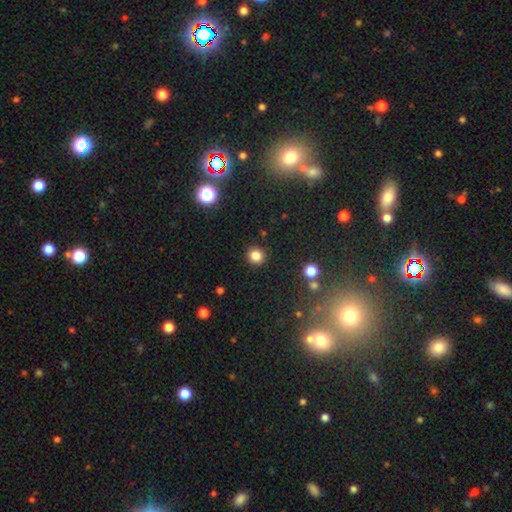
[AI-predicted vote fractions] This is clearly a smooth galaxy (83%). How rounded: clearly round (90%). Merging: clearly none (91%).